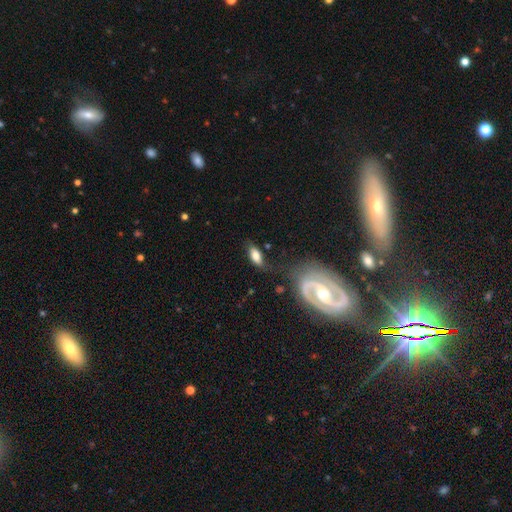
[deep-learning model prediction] This appears to be a smooth galaxy with no disk features (69%) that is in between round and cigar-shaped (85%). Merging: none (55%).